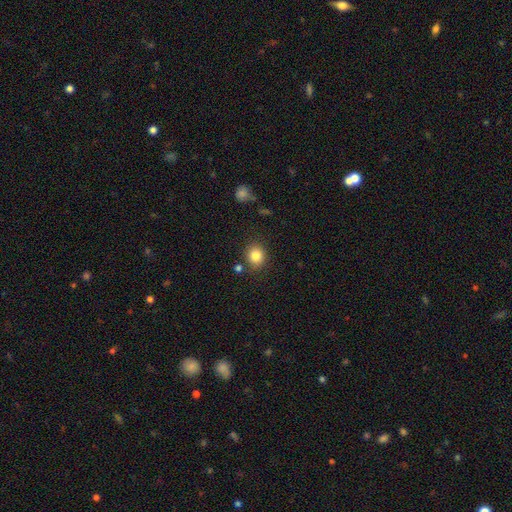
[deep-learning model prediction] A smooth galaxy with no disk features (84%) that is round (77%). Merging: none (83%).